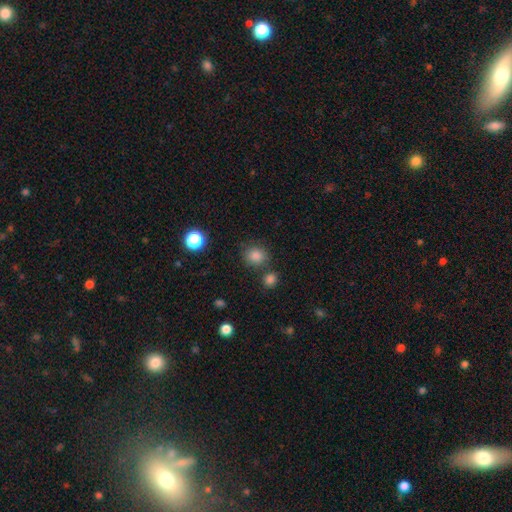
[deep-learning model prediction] smooth-or-featured: smooth: 83% | star or artifact: 13% | featured or disk: 4%
  how-rounded: round: 81% | in between: 18% | cigar-shaped: 1%
  merging: none: 76% | minor disturbance: 11% | merger: 10% | major disturbance: 4%